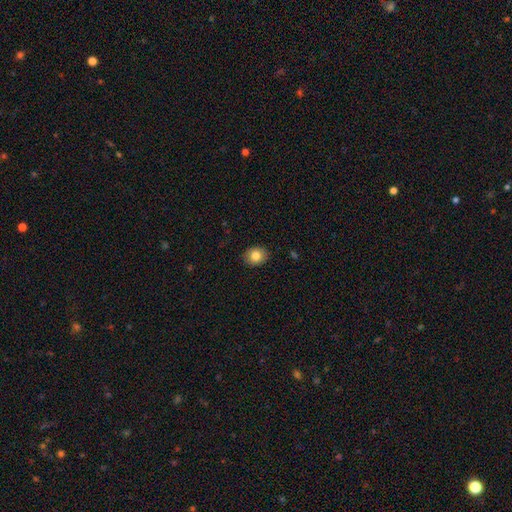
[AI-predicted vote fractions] Q: Smooth or featured?
A: smooth (83%); runner-up: star or artifact (9%)
Q: How rounded?
A: round (58%); runner-up: in between (41%)
Q: Merging?
A: none (89%); runner-up: minor disturbance (8%)